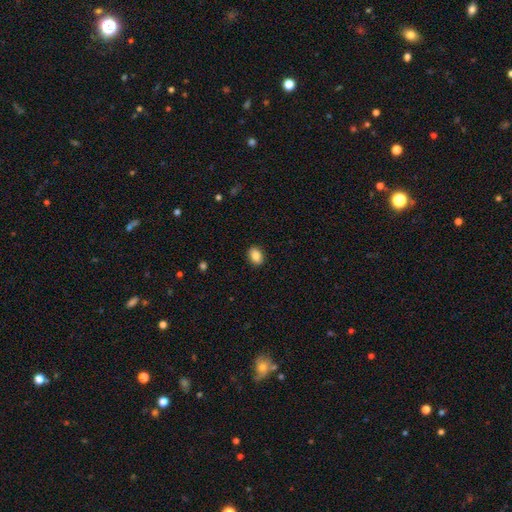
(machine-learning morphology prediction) Q: Smooth or featured?
A: smooth (85%); runner-up: star or artifact (8%)
Q: How rounded?
A: in between (73%); runner-up: round (26%)
Q: Merging?
A: none (90%); runner-up: minor disturbance (7%)